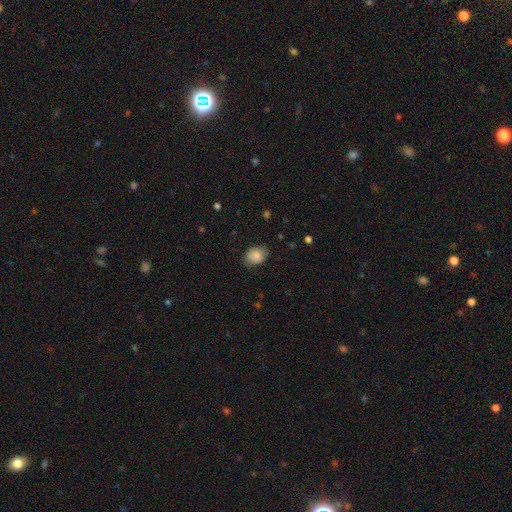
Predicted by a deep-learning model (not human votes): Q: Smooth or featured?
A: smooth (85%); runner-up: featured or disk (8%)
Q: How rounded?
A: in between (65%); runner-up: round (34%)
Q: Merging?
A: none (80%); runner-up: minor disturbance (16%)